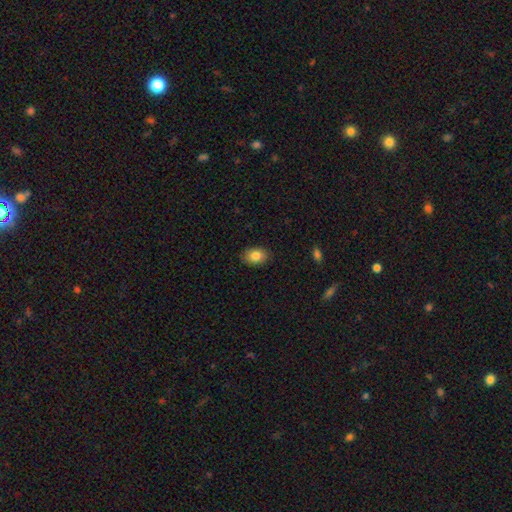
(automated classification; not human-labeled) Q: Smooth or featured?
A: smooth (84%); runner-up: star or artifact (8%)
Q: How rounded?
A: in between (79%); runner-up: round (20%)
Q: Merging?
A: none (87%); runner-up: minor disturbance (10%)